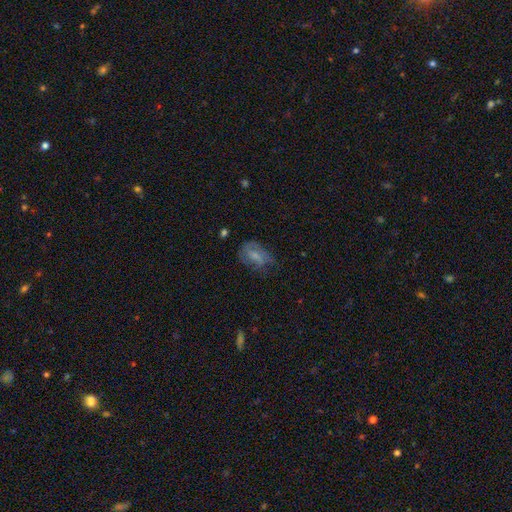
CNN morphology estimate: Smooth or featured? smooth (54%)
How rounded? in between (83%)
Merging? none (51%)